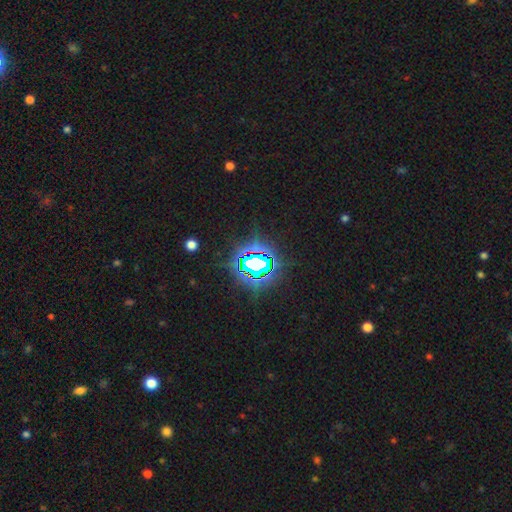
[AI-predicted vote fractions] The model was most divided on "smooth or featured": star or artifact: 81%, smooth: 11%, featured or disk: 8%.